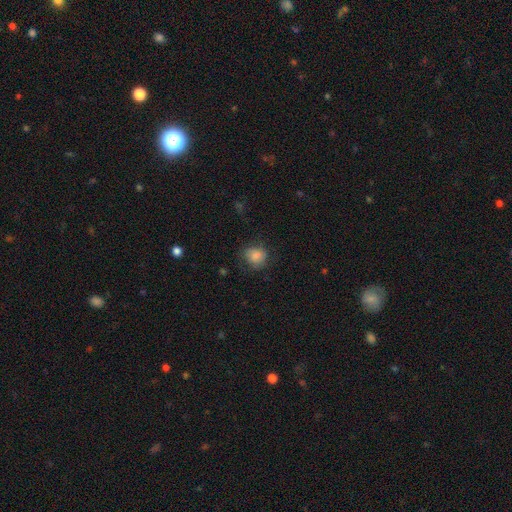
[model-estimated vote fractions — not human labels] A smooth galaxy with no disk features (83%) that is round (71%).

Vote fractions:
- Smooth or featured? smooth: 83% / star or artifact: 9% / featured or disk: 8%
- How rounded? round: 71% / in between: 28% / cigar-shaped: 1%
- Merging? none: 70% / minor disturbance: 20% / major disturbance: 8% / merger: 1%